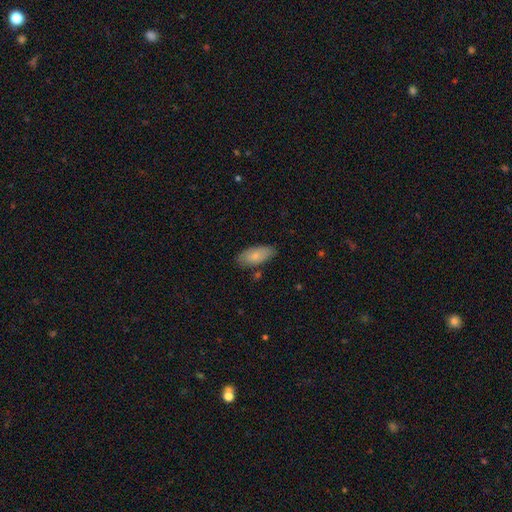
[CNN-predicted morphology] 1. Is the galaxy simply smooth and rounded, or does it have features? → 80% smooth, 14% featured or disk, 6% star or artifact.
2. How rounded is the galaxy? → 90% in between, 8% cigar-shaped, 2% round.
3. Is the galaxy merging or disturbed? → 79% none, 16% minor disturbance, 3% major disturbance, 3% merger.